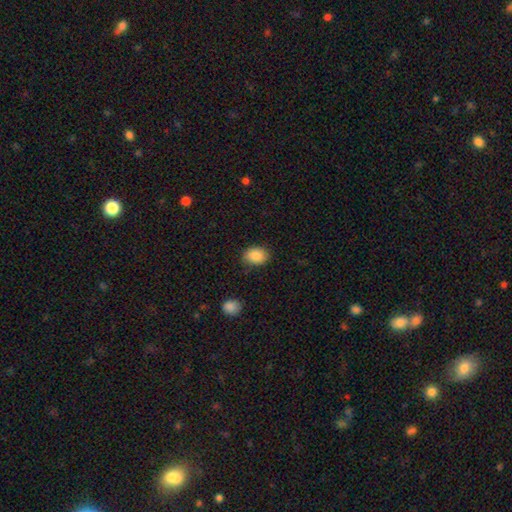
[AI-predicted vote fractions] Overall: smooth (88%). How rounded: in between (73%). Merging: none (83%).